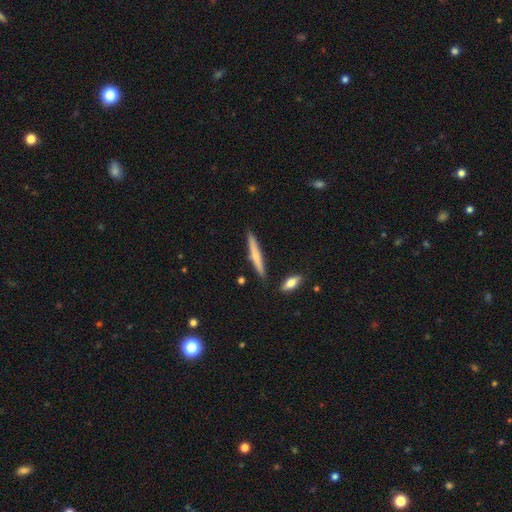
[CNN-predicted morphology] smooth_or_featured: smooth (p=0.50) [alt: featured or disk p=0.44]
merging: none (p=0.87) [alt: minor disturbance p=0.09]